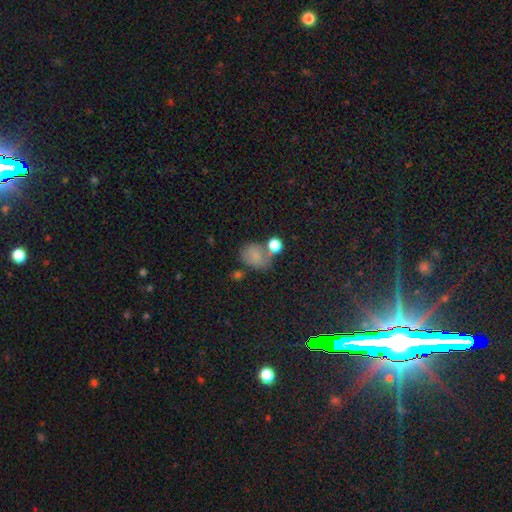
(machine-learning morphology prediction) smooth 70%, star or artifact 15%, featured or disk 15%. Down the decision tree: how rounded — round (50%); merging — none (45%).